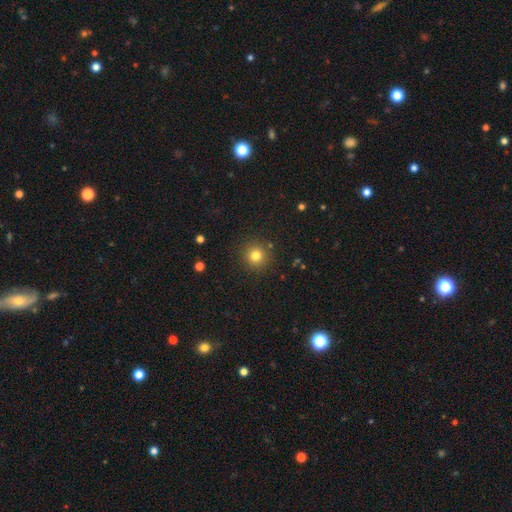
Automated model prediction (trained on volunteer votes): smooth 80%, star or artifact 14%, featured or disk 7%. Down the decision tree: how rounded — round (95%); merging — none (90%).